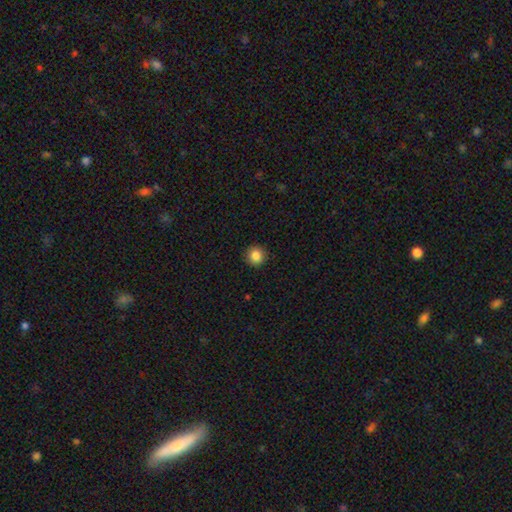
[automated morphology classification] This appears to be a smooth galaxy with no disk features (85%) that is round (94%). Merging: none (93%).